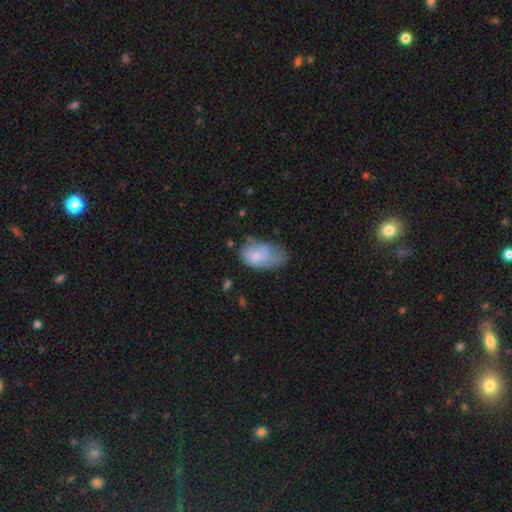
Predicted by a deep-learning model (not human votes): Smooth or featured? Predicted: smooth (p=0.67). How rounded? Predicted: in between (p=0.91). Merging? Predicted: minor disturbance (p=0.39).